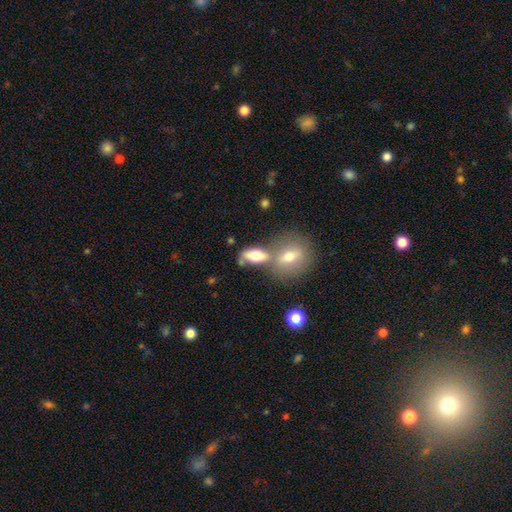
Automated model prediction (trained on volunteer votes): smooth-or-featured: smooth: 71% | featured or disk: 21% | star or artifact: 8%
  how-rounded: in between: 78% | cigar-shaped: 15% | round: 7%
  merging: none: 44% | merger: 37% | minor disturbance: 13% | major disturbance: 6%